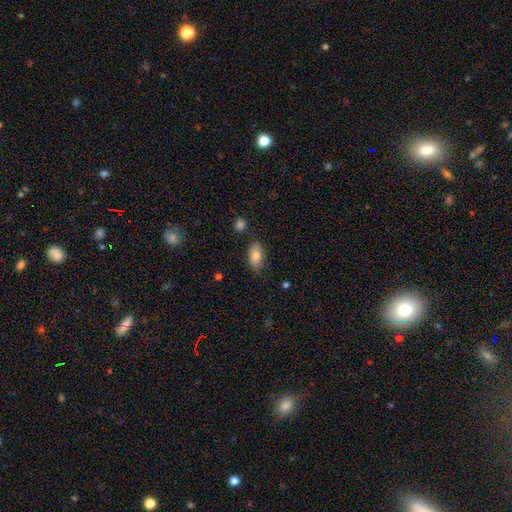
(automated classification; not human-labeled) A smooth galaxy with no disk features (79%) that is in between round and cigar-shaped (90%). Merging: none (78%).